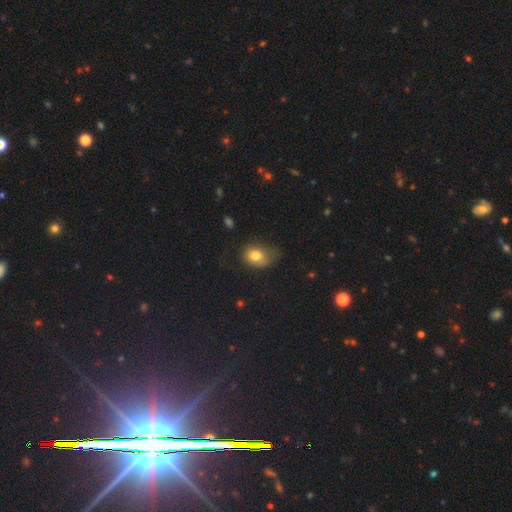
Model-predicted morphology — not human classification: Q: Smooth or featured?
A: smooth (76%); runner-up: featured or disk (13%)
Q: How rounded?
A: in between (62%); runner-up: round (37%)
Q: Merging?
A: none (42%); runner-up: minor disturbance (36%)